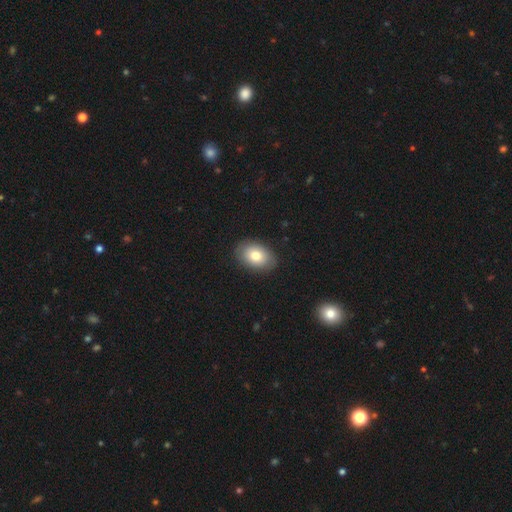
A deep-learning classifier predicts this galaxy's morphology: type=smooth (80%); roundness=in between (84%); merging=none (87%).